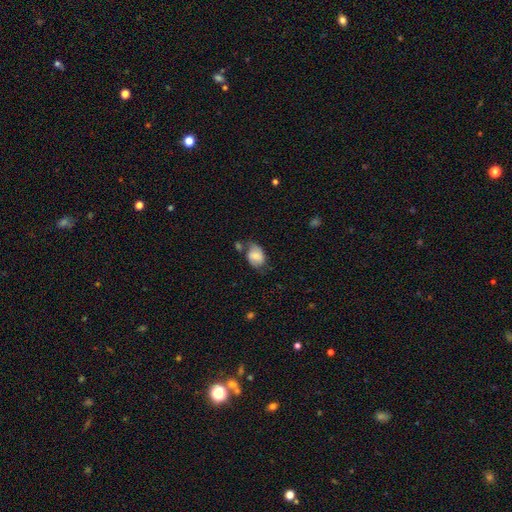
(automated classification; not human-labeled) The model was most divided on "merging": none: 48%, minor disturbance: 28%, merger: 13%, major disturbance: 11%. More confident: how rounded — in between (77%); smooth or featured — smooth (63%).